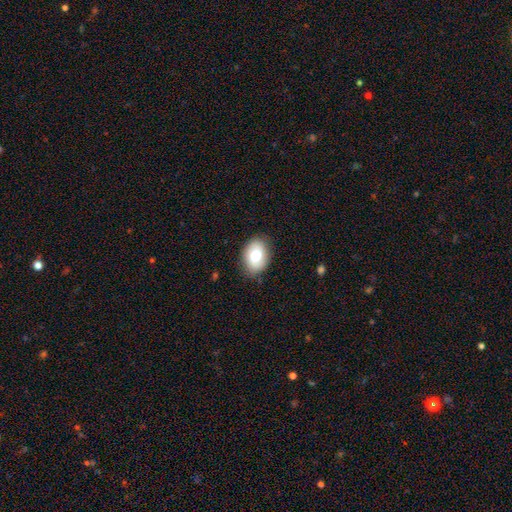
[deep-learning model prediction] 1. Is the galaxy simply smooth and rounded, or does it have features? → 74% smooth, 19% featured or disk, 7% star or artifact.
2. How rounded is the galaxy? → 74% in between, 25% round, 1% cigar-shaped.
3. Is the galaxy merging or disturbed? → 84% none, 12% minor disturbance, 3% major disturbance, 1% merger.